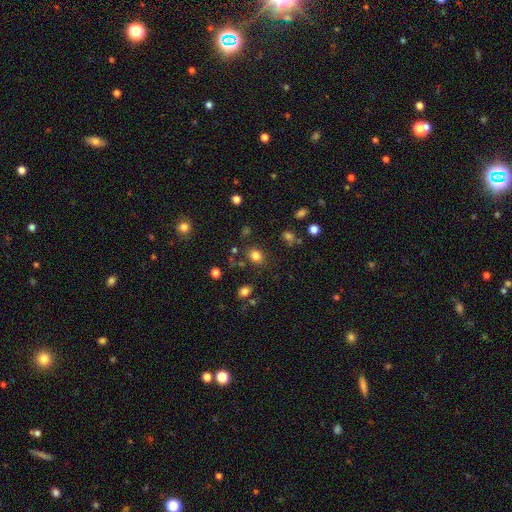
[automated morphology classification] Smooth or featured?
  - smooth: 80% *
  - star or artifact: 14%
  - featured or disk: 6%
How rounded?
  - in between: 50% *
  - round: 49%
  - cigar-shaped: 1%
Merging?
  - none: 80% *
  - minor disturbance: 12%
  - merger: 4%
  - major disturbance: 4%